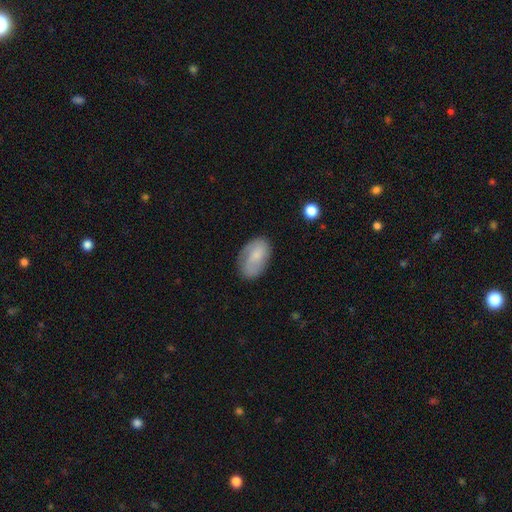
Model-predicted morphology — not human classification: Smooth or featured: smooth — 58% (featured or disk — 34%)
How rounded: in between — 91% (round — 7%)
Merging: none — 72% (minor disturbance — 20%)